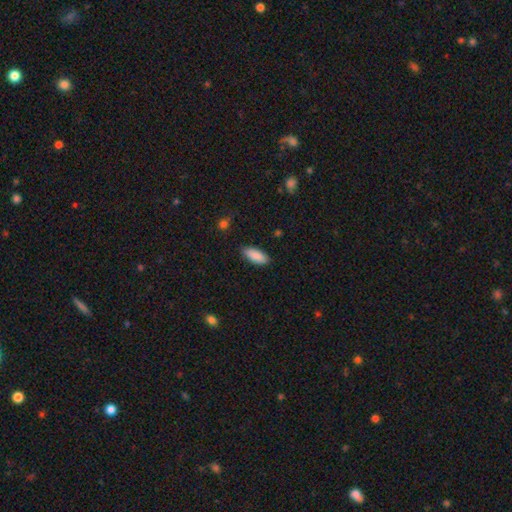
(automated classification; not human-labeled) Smooth or featured? Predicted: smooth (p=0.89). How rounded? Predicted: in between (p=0.79). Merging? Predicted: none (p=0.87).